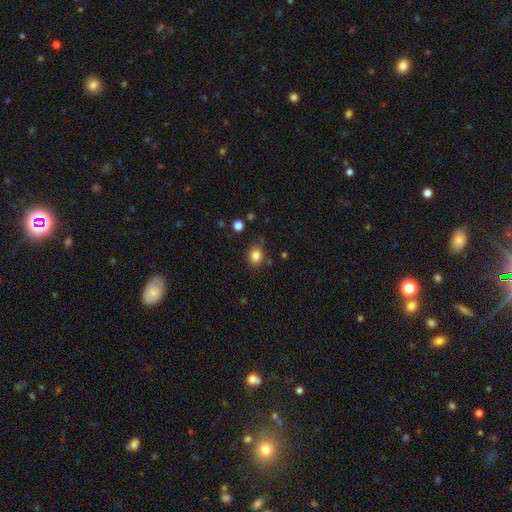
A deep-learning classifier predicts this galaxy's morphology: This appears to be a smooth galaxy with no disk features (84%) that is round (54%). Merging: none (81%).